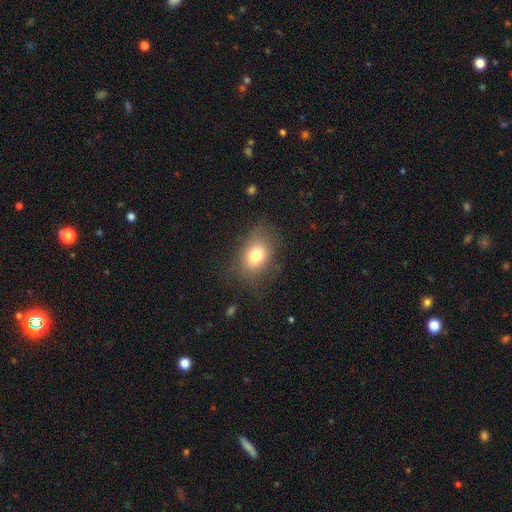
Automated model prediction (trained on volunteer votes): This is likely a smooth galaxy (75%). How rounded: likely in between (68%). Merging: likely none (67%).